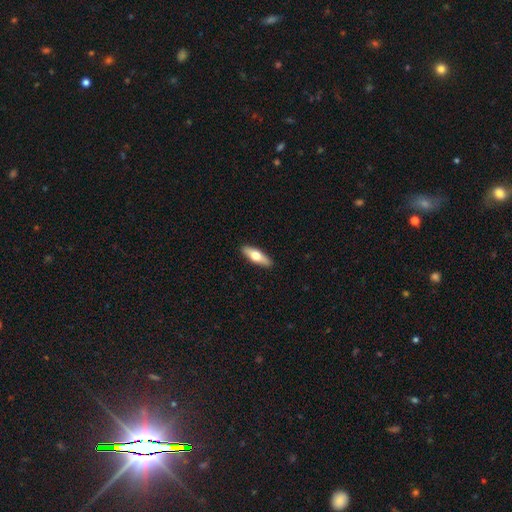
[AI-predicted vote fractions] Morphology: type=smooth (59%); roundness=cigar-shaped (52%); merging=none (91%).